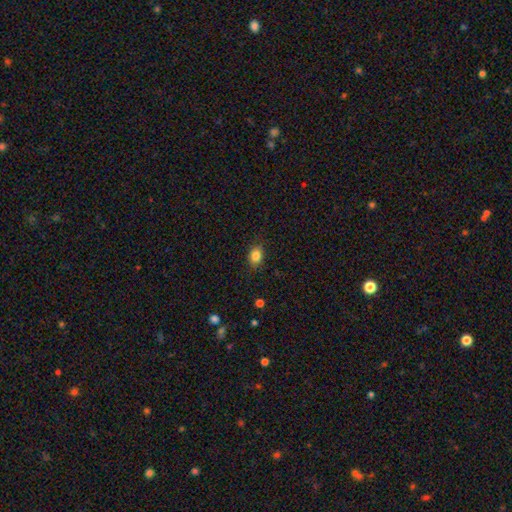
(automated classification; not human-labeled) Smooth or featured: smooth — 85% (star or artifact — 10%)
How rounded: in between — 61% (round — 38%)
Merging: none — 81% (minor disturbance — 15%)